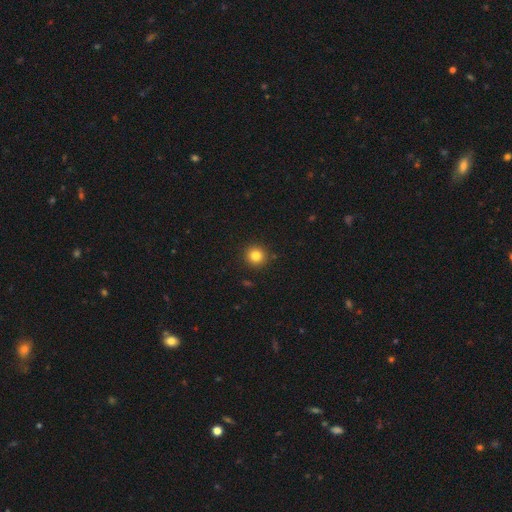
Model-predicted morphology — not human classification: Smooth or featured? smooth (82%)
How rounded? round (93%)
Merging? none (91%)